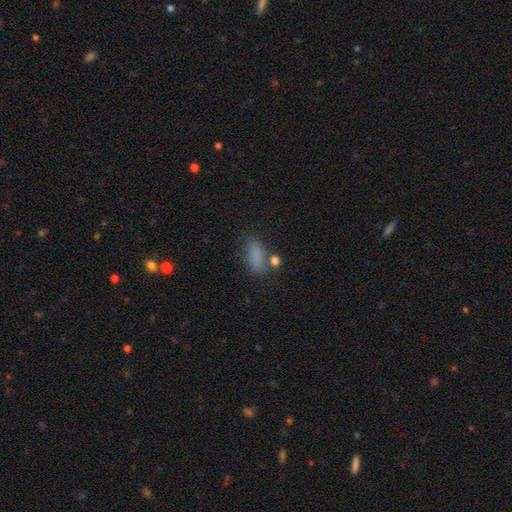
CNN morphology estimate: Smooth or featured? Predicted: smooth (p=0.82). How rounded? Predicted: in between (p=0.82). Merging? Predicted: none (p=0.69).